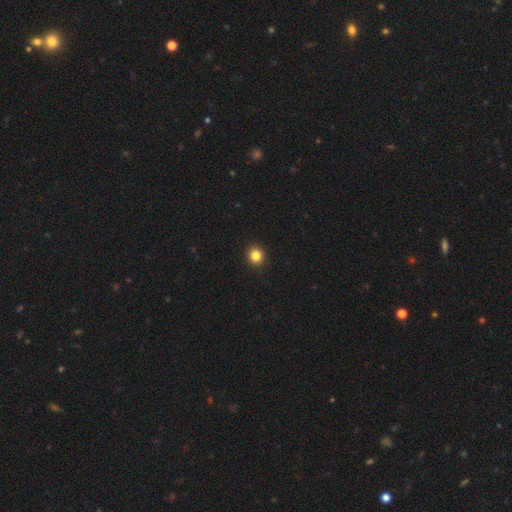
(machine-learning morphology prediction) A smooth galaxy with no disk features (84%) that is round (86%). Merging: none (93%).